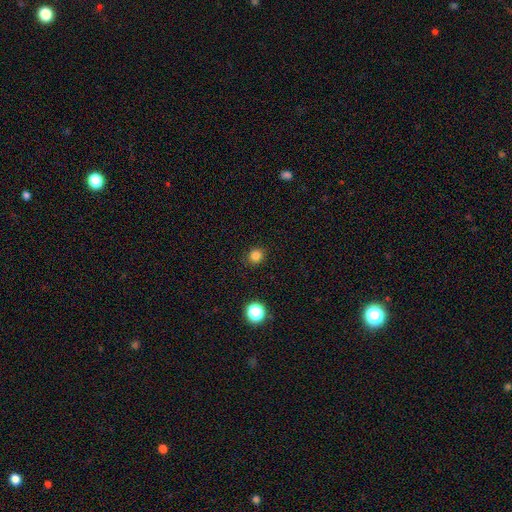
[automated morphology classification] A smooth galaxy with no disk features (82%) that is round (87%). Merging: none (90%).